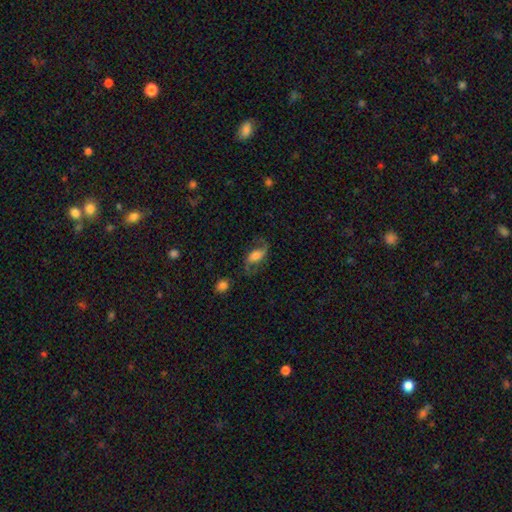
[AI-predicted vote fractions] Overall: featured or disk (72%). Edge-on disk: no (94%). Bar: no (39%, tied with weak). Spiral arms: yes (93%). Spiral arm count: 2 (90%). Spiral winding: loose (69%). Bulge size: moderate (38%; large 31%). Merging: none (68%).